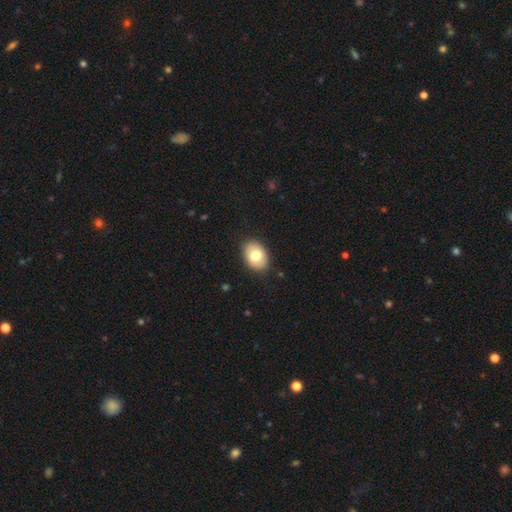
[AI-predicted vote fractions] A smooth galaxy with no disk features (77%) that is in between round and cigar-shaped (82%). Merging: none (87%).